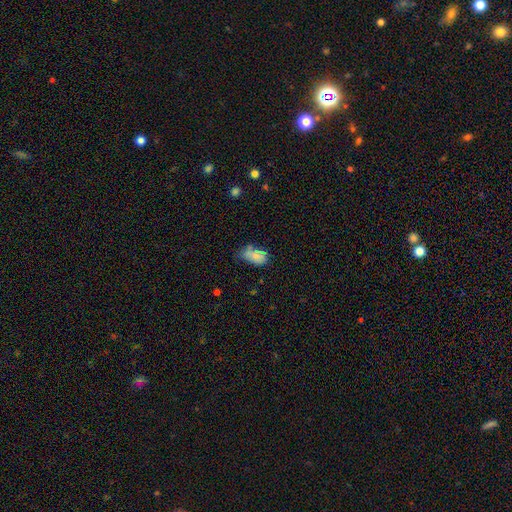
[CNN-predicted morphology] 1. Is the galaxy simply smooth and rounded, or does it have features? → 74% smooth, 15% featured or disk, 11% star or artifact.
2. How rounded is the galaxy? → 90% in between, 8% round, 2% cigar-shaped.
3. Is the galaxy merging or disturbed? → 39% none, 36% minor disturbance, 14% major disturbance, 11% merger.